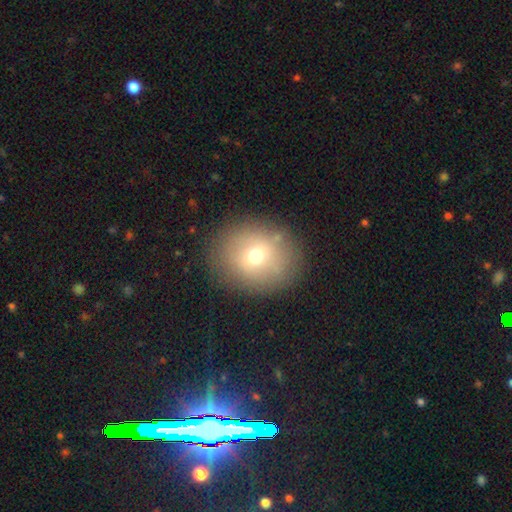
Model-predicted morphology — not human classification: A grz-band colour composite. It shows a smooth galaxy with no disk features (64%) that is round (69%). Merging: none (82%).